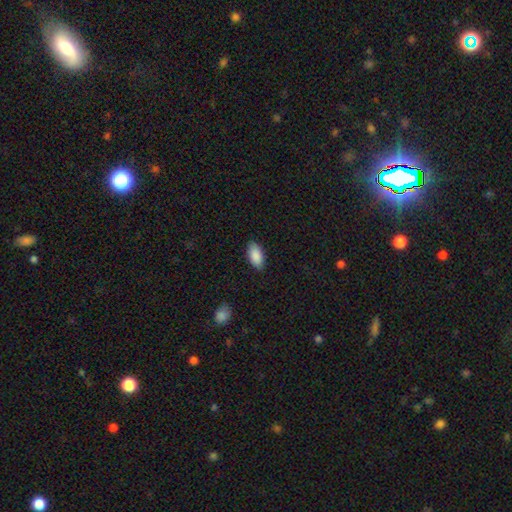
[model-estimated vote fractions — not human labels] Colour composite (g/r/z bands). It shows a smooth galaxy with no disk features (89%) that is in between round and cigar-shaped (93%). Merging: none (87%).